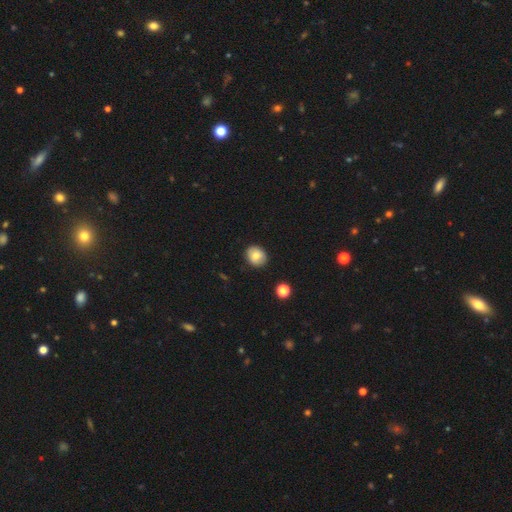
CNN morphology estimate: Smooth or featured: smooth — 78% (featured or disk — 13%)
How rounded: round — 68% (in between — 31%)
Merging: none — 87% (minor disturbance — 10%)